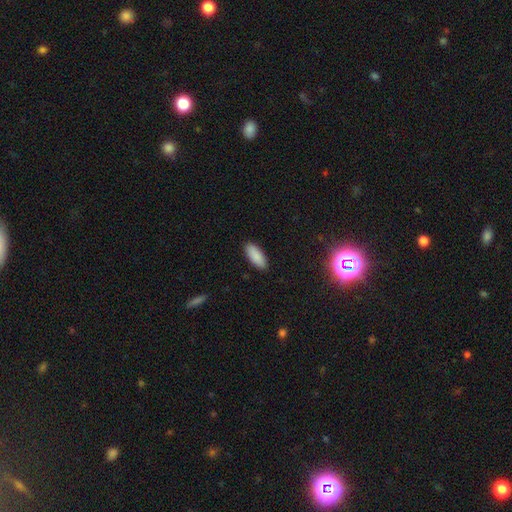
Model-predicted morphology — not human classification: A smooth galaxy with no disk features (88%) that is in between round and cigar-shaped (83%). Merging: none (89%).